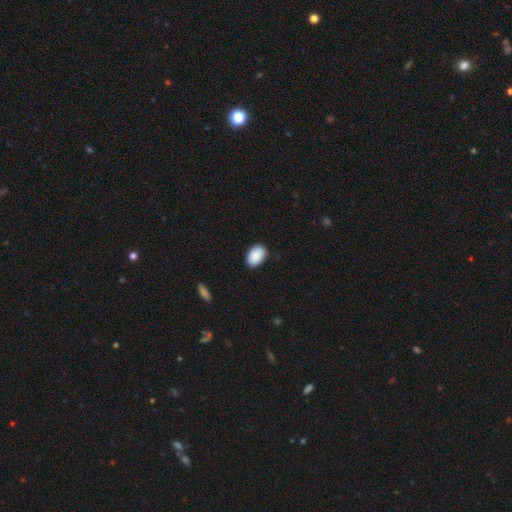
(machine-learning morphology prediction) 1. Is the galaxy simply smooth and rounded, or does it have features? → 90% smooth, 6% star or artifact, 4% featured or disk.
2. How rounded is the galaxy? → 88% in between, 11% round, 1% cigar-shaped.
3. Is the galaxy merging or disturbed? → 85% none, 12% minor disturbance, 2% major disturbance, 1% merger.